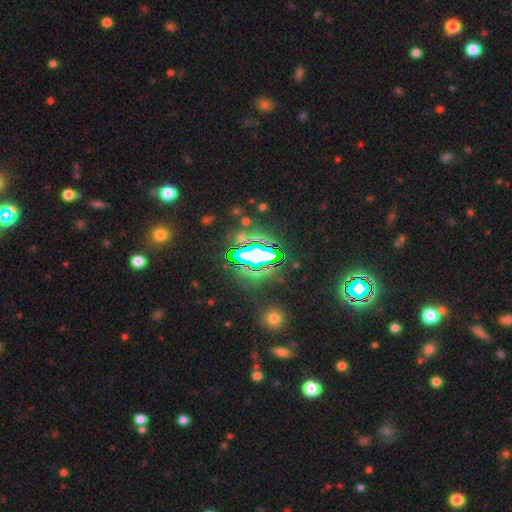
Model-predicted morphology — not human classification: The model was most divided on "smooth or featured": star or artifact: 72%, smooth: 15%, featured or disk: 14%.